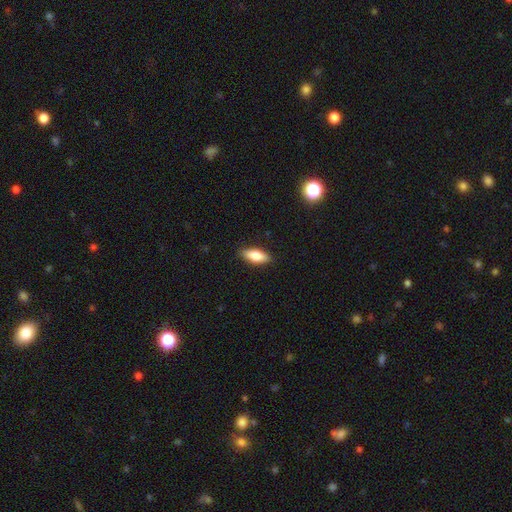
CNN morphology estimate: Smooth or featured?
  - smooth: 79% *
  - featured or disk: 14%
  - star or artifact: 7%
How rounded?
  - in between: 78% *
  - cigar-shaped: 19%
  - round: 3%
Merging?
  - none: 88% *
  - minor disturbance: 9%
  - major disturbance: 2%
  - merger: 1%